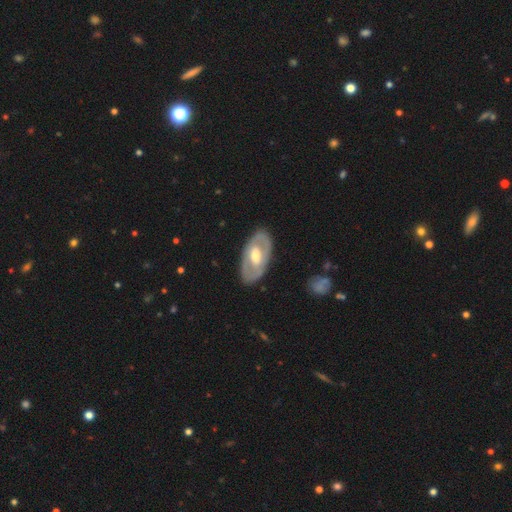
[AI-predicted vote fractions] Smooth or featured: featured or disk — 65% (smooth — 31%)
Edge-on disk: no — 90% (yes — 10%)
Bar: no — 39% (tied with weak — 39%)
Spiral arms: no — 66% (yes — 34%)
Bulge size: moderate — 69% (large — 15%)
Merging: none — 84% (minor disturbance — 11%)